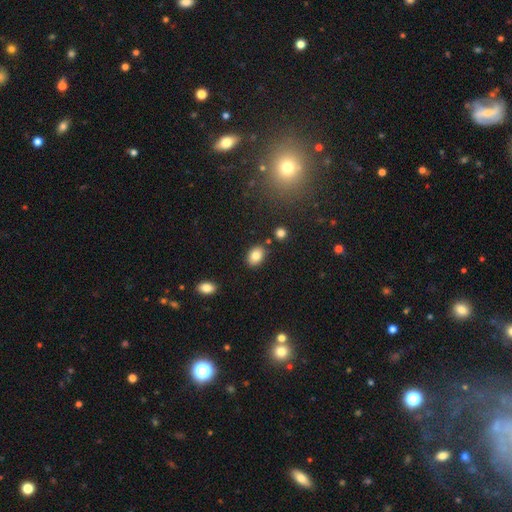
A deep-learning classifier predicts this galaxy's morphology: Smooth or featured?
  - smooth: 83% *
  - star or artifact: 9%
  - featured or disk: 8%
How rounded?
  - in between: 78% *
  - round: 20%
  - cigar-shaped: 1%
Merging?
  - none: 82% *
  - minor disturbance: 11%
  - merger: 4%
  - major disturbance: 2%